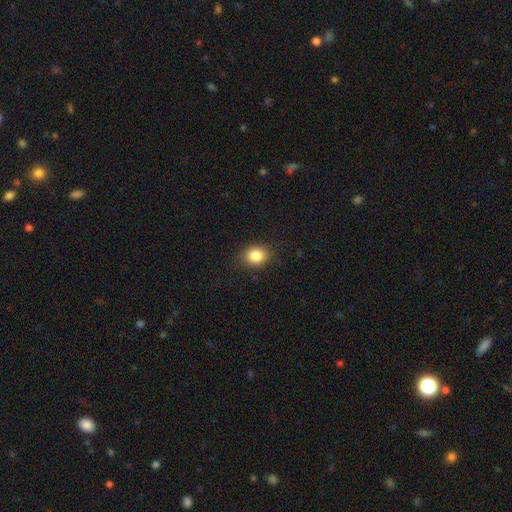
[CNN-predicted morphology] Smooth or featured?
  - smooth: 84% *
  - star or artifact: 10%
  - featured or disk: 6%
How rounded?
  - round: 55% *
  - in between: 44%
  - cigar-shaped: 1%
Merging?
  - none: 87% *
  - minor disturbance: 10%
  - major disturbance: 3%
  - merger: 1%